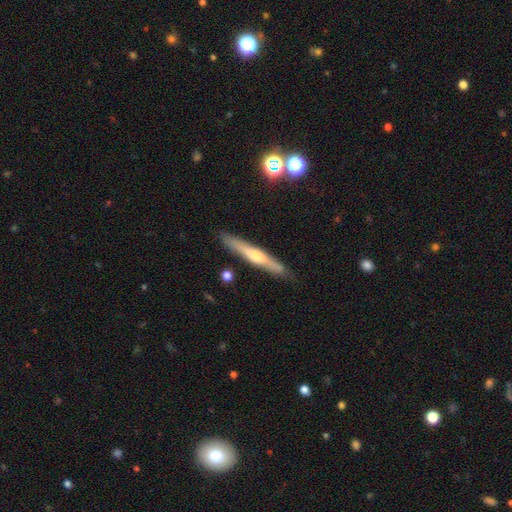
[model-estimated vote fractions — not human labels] Smooth or featured?
  - featured or disk: 60% *
  - smooth: 33%
  - star or artifact: 7%
Edge-on disk?
  - yes: 95% *
  - no: 5%
Edge-on bulge?
  - rounded: 82% *
  - none: 14%
  - boxy: 4%
Merging?
  - none: 88% *
  - minor disturbance: 8%
  - merger: 2%
  - major disturbance: 2%